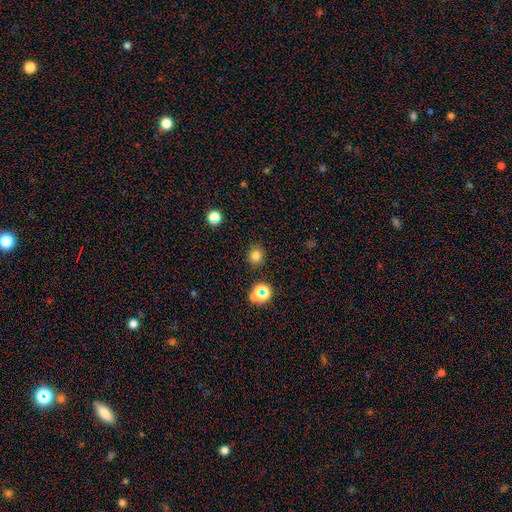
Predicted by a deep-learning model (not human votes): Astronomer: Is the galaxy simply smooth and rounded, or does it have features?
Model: smooth — 76%.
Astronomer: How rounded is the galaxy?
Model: round — 88%.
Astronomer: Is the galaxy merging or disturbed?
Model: none — 88%.